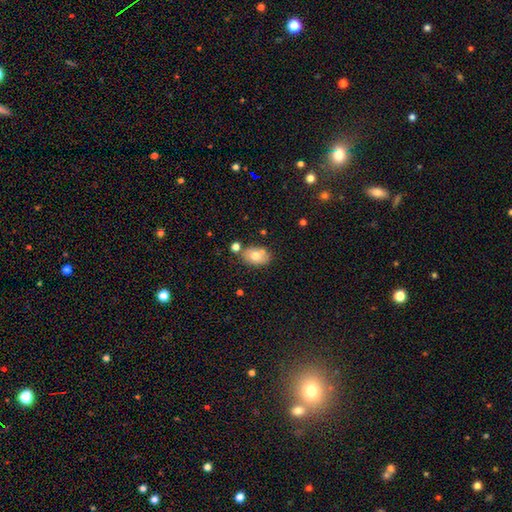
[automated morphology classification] Smooth or featured: smooth — 67% (featured or disk — 24%)
How rounded: in between — 82% (round — 17%)
Merging: none — 64% (merger — 17%)